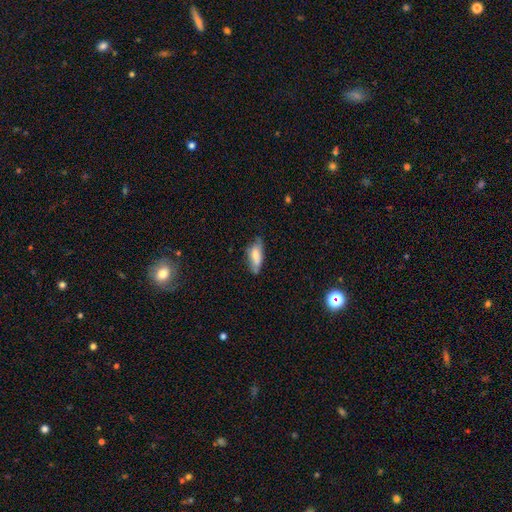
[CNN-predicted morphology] type=smooth (68%); roundness=in between (71%); merging=none (54%).